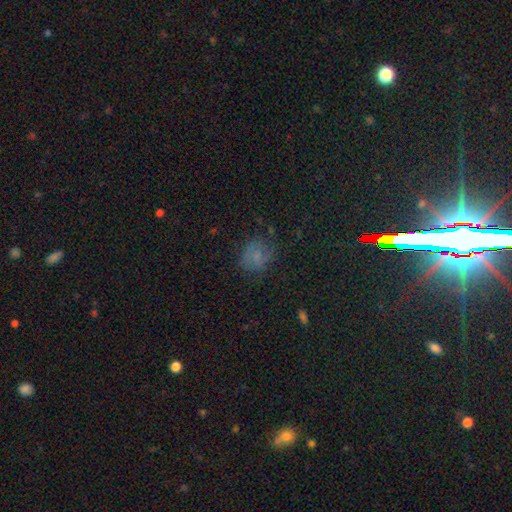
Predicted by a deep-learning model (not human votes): Overall: smooth (60%; featured or disk 20%). How rounded: round (59%; in between 40%). Merging: none (64%).